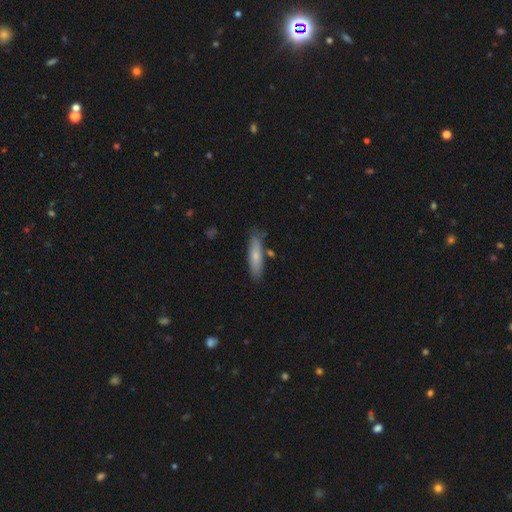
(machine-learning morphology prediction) The model was most divided on "how rounded": cigar-shaped: 72%, in between: 26%, round: 2%. More confident: merging — none (79%); smooth or featured — smooth (72%).